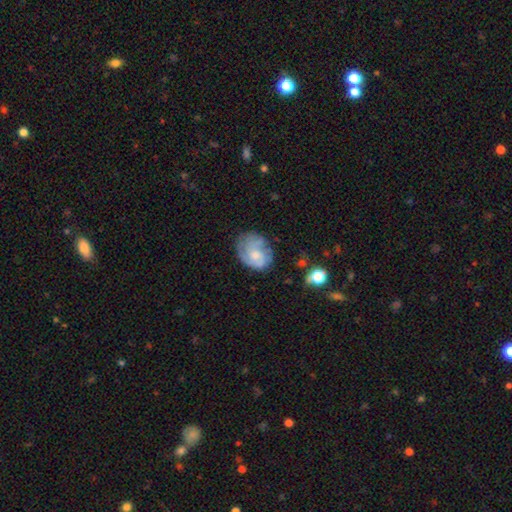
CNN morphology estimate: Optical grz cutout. It shows a featured or disk galaxy (63%) with no bar (76%), spiral arms (81%) and a small central bulge (43%). Merging: none (60%).